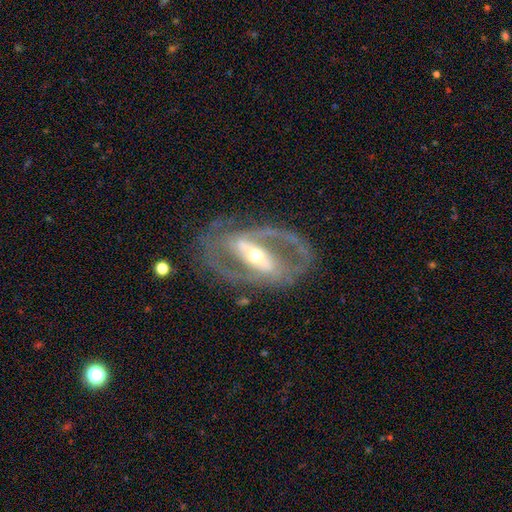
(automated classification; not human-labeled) A featured or disk galaxy (89%) with a strong bar (62%), 2 (87%) medium (53%) spiral arms (90%) and a moderate central bulge (57%).

Vote fractions:
- Smooth or featured? featured or disk: 89% / smooth: 6% / star or artifact: 5%
- Edge-on disk? no: 94% / yes: 6%
- Bar? strong: 62% / weak: 24% / no: 14%
- Spiral arms? yes: 90% / no: 10%
- Spiral winding? medium: 53% / tight: 26% / loose: 21%
- Spiral arm count? 2: 87% / can't tell: 5% / 1: 3% / 3: 2% / 4: 1% / more than 4: 1%
- Bulge size? moderate: 57% / small: 36% / large: 5% / dominant: 1% / none: 1%
- Merging? none: 72% / minor disturbance: 14% / major disturbance: 12% / merger: 2%